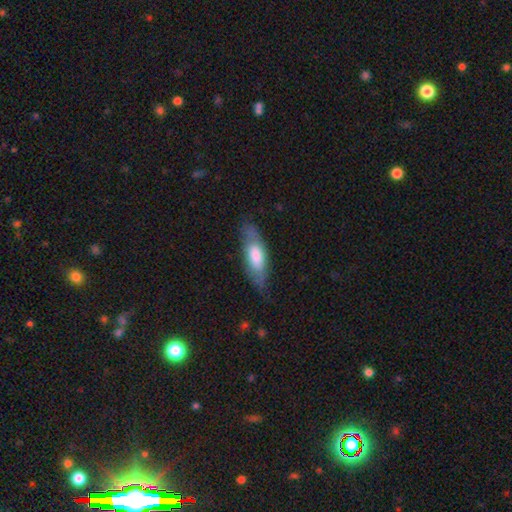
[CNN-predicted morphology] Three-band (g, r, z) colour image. It shows a smooth galaxy with no disk features (61%) that is in between round and cigar-shaped (58%). Merging: none (75%).